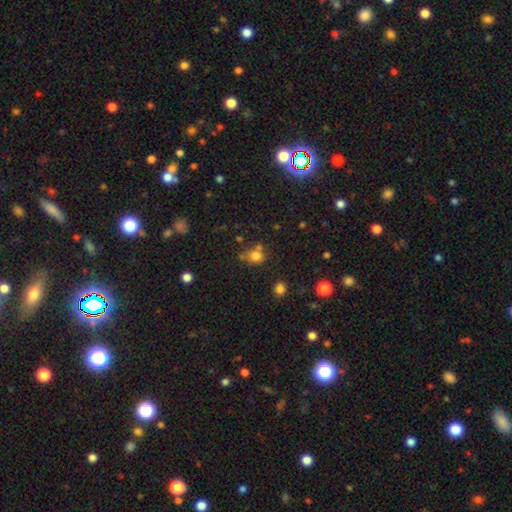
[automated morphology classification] The model was most divided on "merging": none: 51%, merger: 25%, minor disturbance: 17%, major disturbance: 7%. More confident: smooth or featured — smooth (74%); how rounded — round (66%).